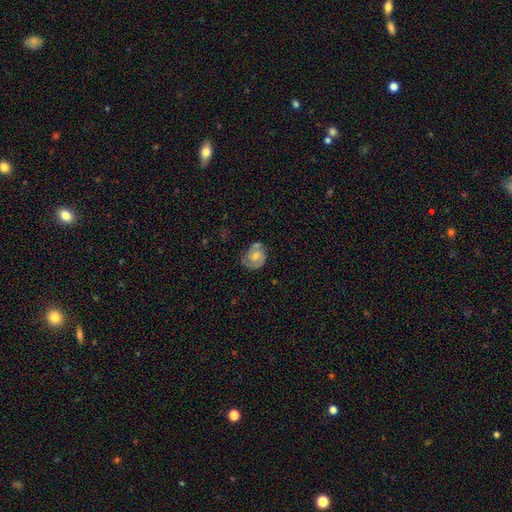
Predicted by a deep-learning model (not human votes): This appears to be a featured or disk galaxy (64%) with no bar (57%), 2 (73%) tight (47%) spiral arms (88%) and a moderate central bulge (55%). Merging: none (55%).